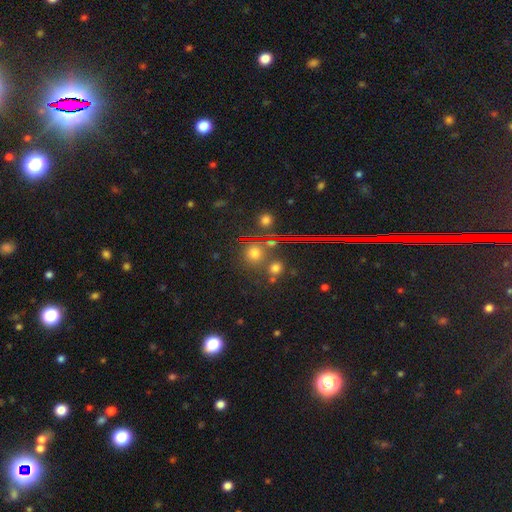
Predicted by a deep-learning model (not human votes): This appears to be a star or artifact, not a galaxy (59%).